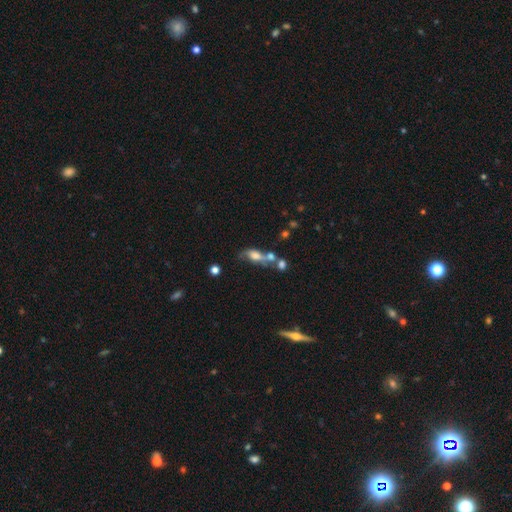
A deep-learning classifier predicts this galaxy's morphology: Smooth or featured? Predicted: smooth (p=0.49). Merging? Predicted: merger (p=0.39).